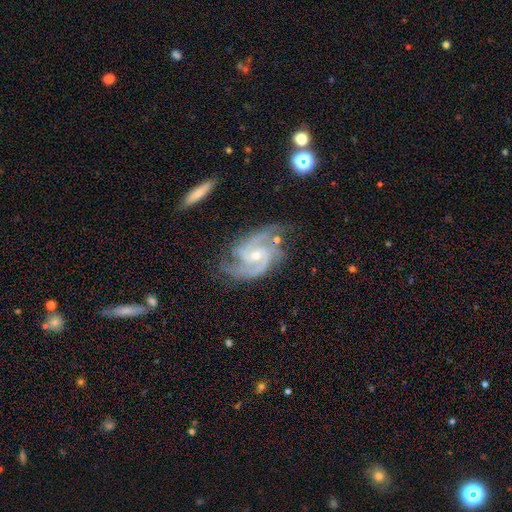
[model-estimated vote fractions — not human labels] A featured or disk galaxy (92%) with no bar (51%), 2 (46%) medium (52%) spiral arms (98%) and a small central bulge (54%). Merging: none (64%).